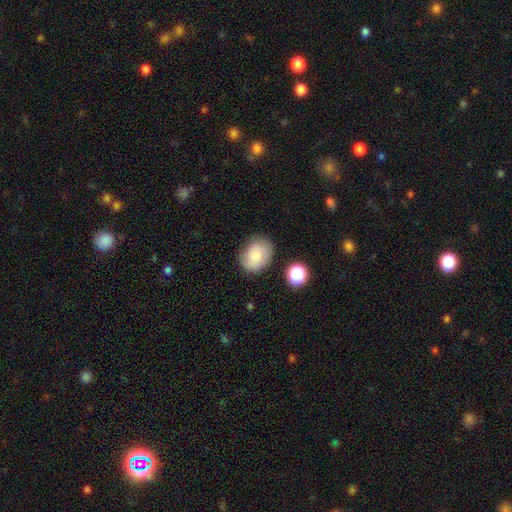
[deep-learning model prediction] Morphology: type=smooth (77%); roundness=in between (56%); merging=none (75%).